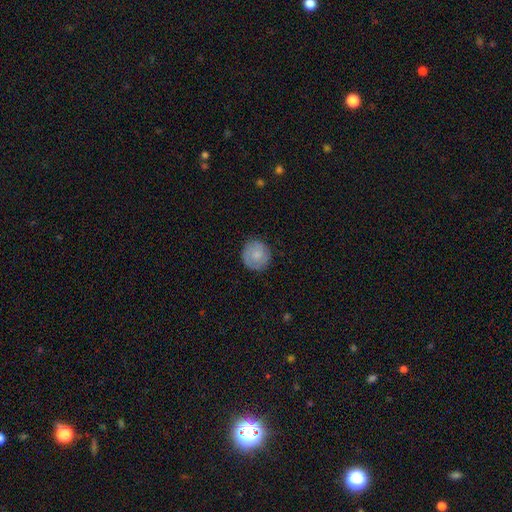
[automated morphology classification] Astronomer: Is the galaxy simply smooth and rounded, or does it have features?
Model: smooth — 61%.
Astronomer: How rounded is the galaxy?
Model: round — 87%.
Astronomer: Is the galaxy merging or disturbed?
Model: none — 83%.